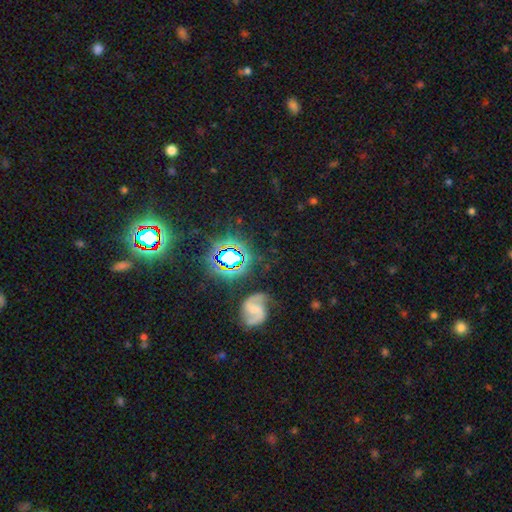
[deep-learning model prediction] Smooth or featured? Predicted: star or artifact (p=0.67).